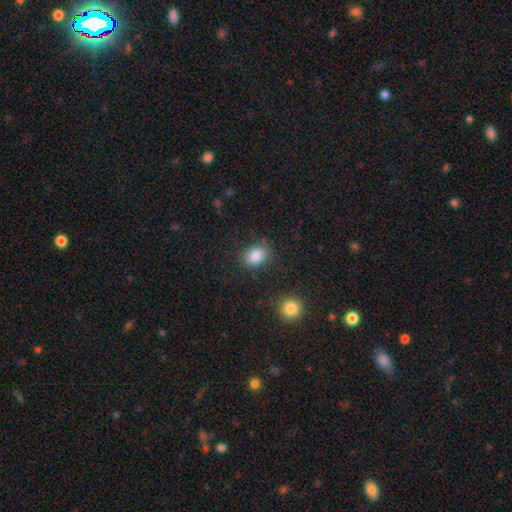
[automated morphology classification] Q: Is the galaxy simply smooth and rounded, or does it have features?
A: smooth — 84%.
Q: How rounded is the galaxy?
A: in between — 64%.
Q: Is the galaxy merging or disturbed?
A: none — 80%.